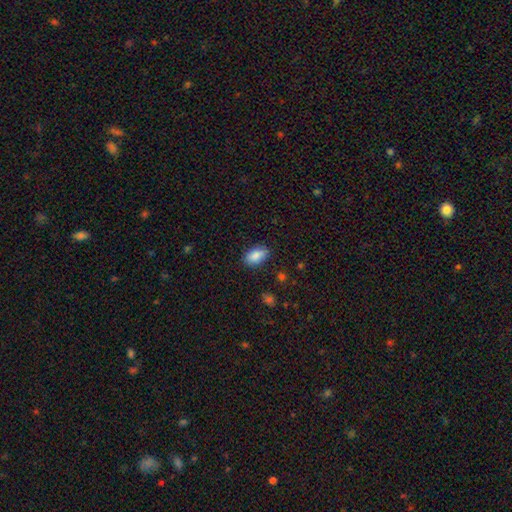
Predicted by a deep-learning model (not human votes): Smooth or featured: smooth — 87% (star or artifact — 7%)
How rounded: in between — 92% (round — 6%)
Merging: none — 84% (minor disturbance — 12%)